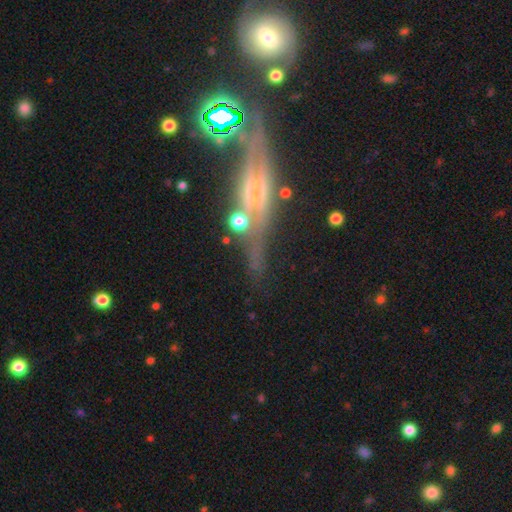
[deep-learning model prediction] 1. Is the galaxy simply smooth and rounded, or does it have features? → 69% featured or disk, 16% star or artifact, 14% smooth.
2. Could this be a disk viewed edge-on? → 86% yes, 14% no.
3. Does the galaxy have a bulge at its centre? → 39% none, 37% rounded, 25% boxy.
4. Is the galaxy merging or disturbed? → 68% none, 16% minor disturbance, 9% major disturbance, 7% merger.